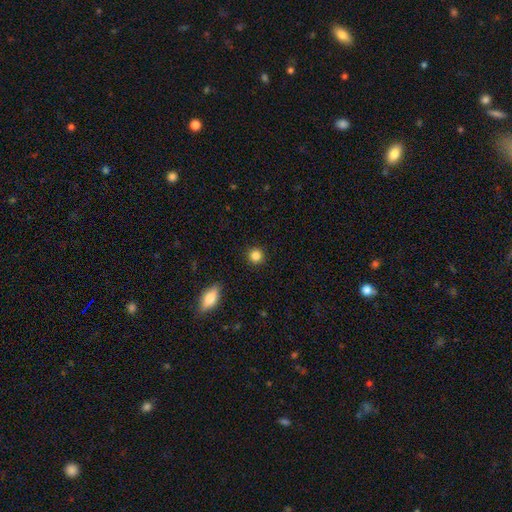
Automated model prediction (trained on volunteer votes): Smooth or featured?
  - smooth: 85% *
  - star or artifact: 11%
  - featured or disk: 5%
How rounded?
  - round: 94% *
  - in between: 5%
  - cigar-shaped: 1%
Merging?
  - none: 91% *
  - minor disturbance: 6%
  - major disturbance: 2%
  - merger: 1%